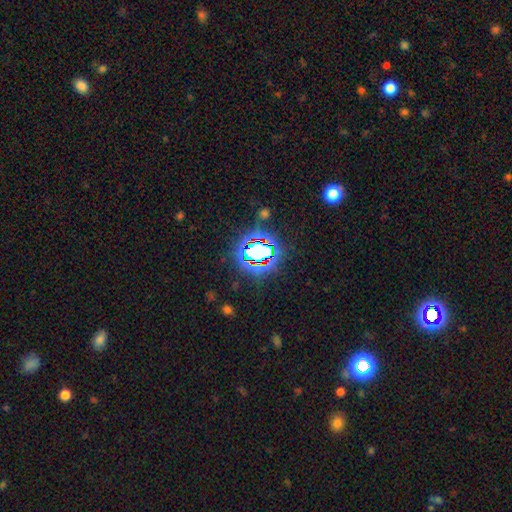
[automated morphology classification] star or artifact 74%, smooth 16%, featured or disk 10%.